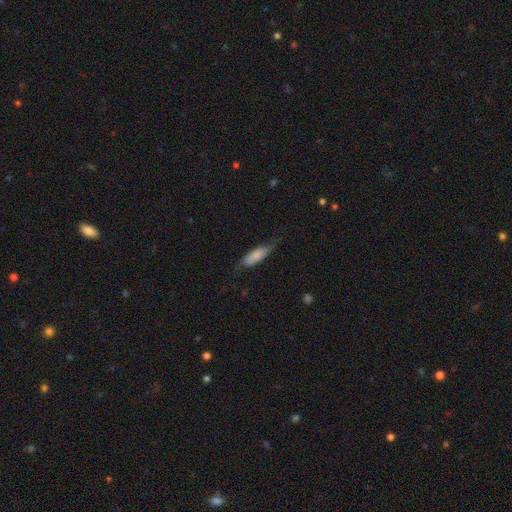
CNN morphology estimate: This is likely a smooth galaxy (73%). How rounded: likely in between (60%). Merging: possibly none (57%).